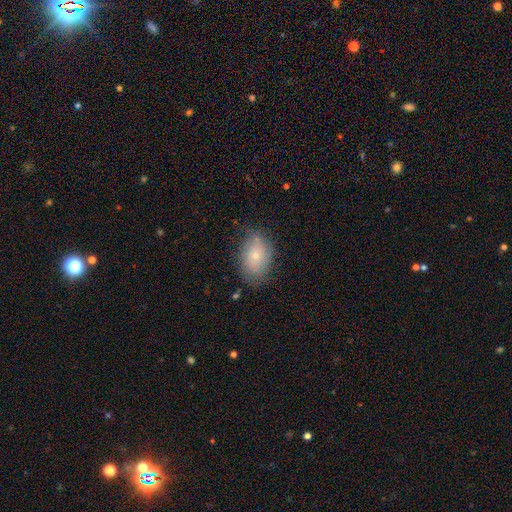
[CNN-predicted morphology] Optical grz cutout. It shows a smooth galaxy with no disk features (70%) that is in between round and cigar-shaped (87%). Merging: none (71%).